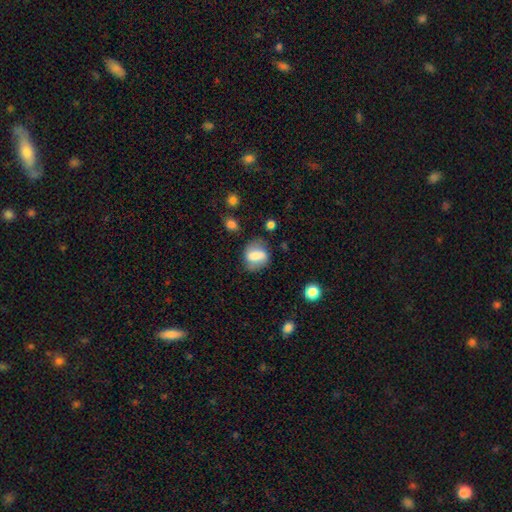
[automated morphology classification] smooth 59%, featured or disk 32%, star or artifact 8%. Down the decision tree: how rounded — in between (55%); merging — none (67%).